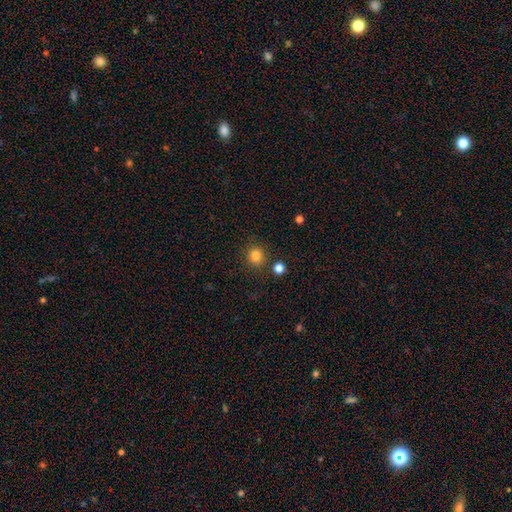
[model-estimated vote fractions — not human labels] Smooth or featured? Predicted: smooth (p=0.84). How rounded? Predicted: round (p=0.87). Merging? Predicted: none (p=0.84).